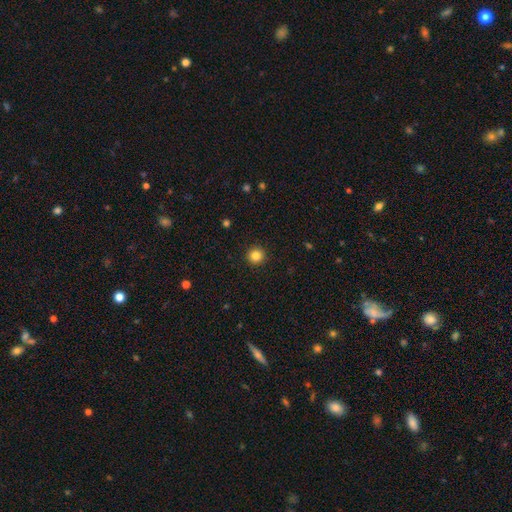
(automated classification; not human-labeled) Smooth or featured: smooth — 84% (star or artifact — 11%)
How rounded: round — 95% (in between — 4%)
Merging: none — 93% (minor disturbance — 4%)